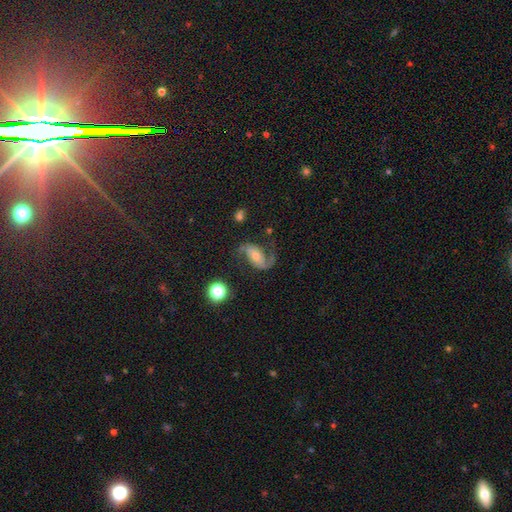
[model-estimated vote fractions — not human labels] Morphology: type=featured or disk (84%); edge-on=no (97%); bar=no (44%); spiral arms=yes (96%); winding=loose (48%); arm count=2 (89%); bulge=moderate (53%); merging=none (68%).